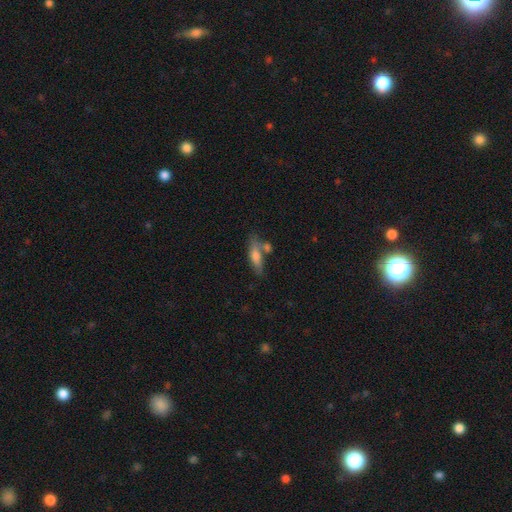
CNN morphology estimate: smooth-or-featured: smooth: 67% | featured or disk: 26% | star or artifact: 7%
  how-rounded: cigar-shaped: 55% | in between: 42% | round: 3%
  merging: none: 58% | merger: 20% | minor disturbance: 17% | major disturbance: 5%